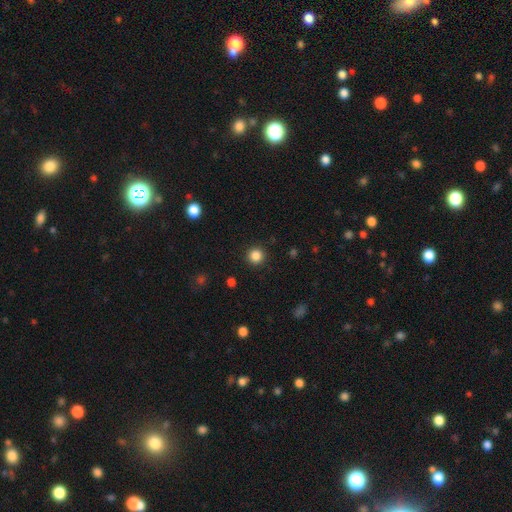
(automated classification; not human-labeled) A smooth galaxy with no disk features (85%) that is round (95%).

Vote fractions:
- Smooth or featured? smooth: 85% / star or artifact: 12% / featured or disk: 4%
- How rounded? round: 95% / in between: 4% / cigar-shaped: 1%
- Merging? none: 92% / minor disturbance: 5% / major disturbance: 2% / merger: 1%